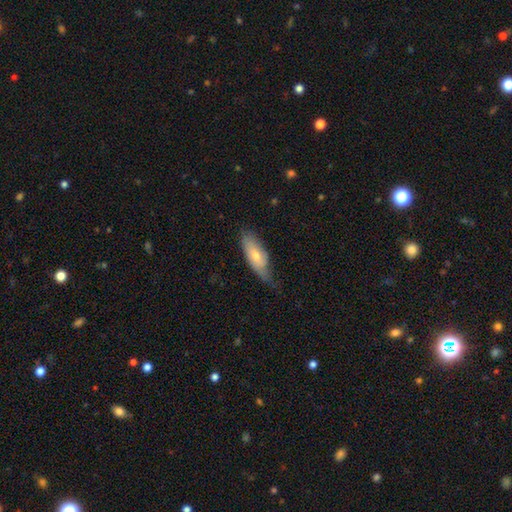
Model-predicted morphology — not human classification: Smooth or featured: smooth — 54% (featured or disk — 40%)
How rounded: in between — 71% (cigar-shaped — 26%)
Merging: none — 52% (minor disturbance — 36%)